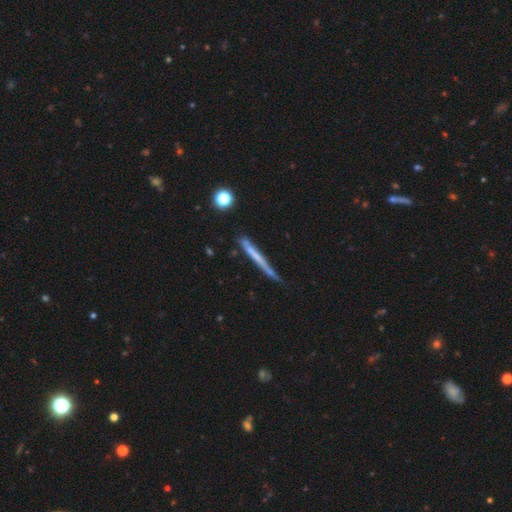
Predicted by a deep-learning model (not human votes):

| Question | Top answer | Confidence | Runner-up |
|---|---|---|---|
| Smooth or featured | featured or disk | 48% | smooth (44%) |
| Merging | none | 68% | minor disturbance (22%) |